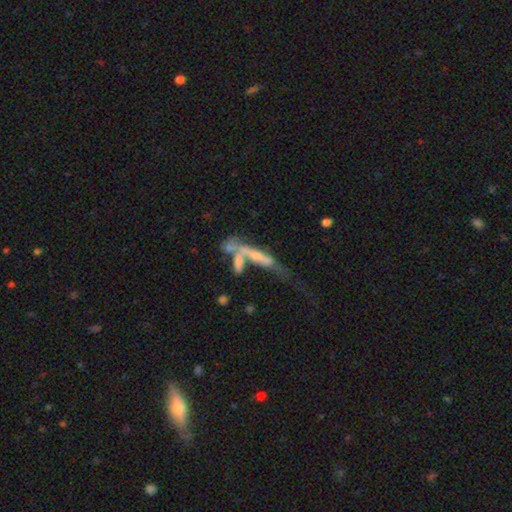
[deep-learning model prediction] This is possibly a featured or disk galaxy (58%). It is likely viewed edge-on (63%). Merging: possibly merger (46%).